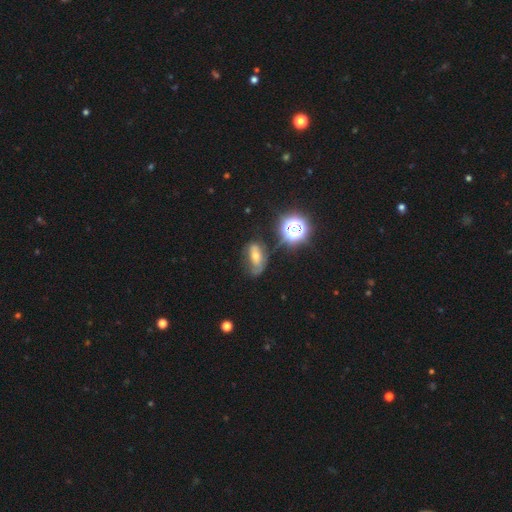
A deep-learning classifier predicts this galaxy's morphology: smooth_or_featured: featured or disk (p=0.39) [alt: smooth p=0.36]
merging: none (p=0.45) [alt: minor disturbance p=0.30]